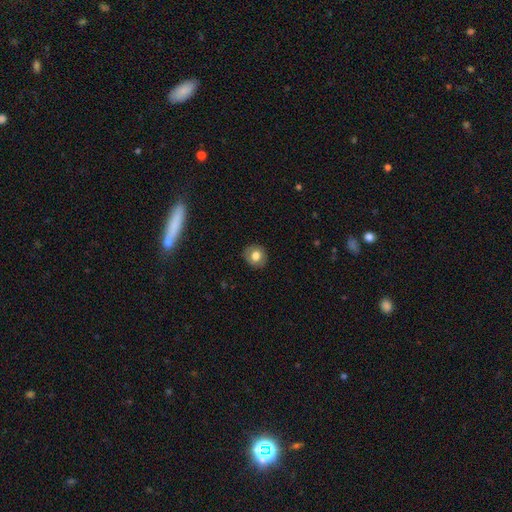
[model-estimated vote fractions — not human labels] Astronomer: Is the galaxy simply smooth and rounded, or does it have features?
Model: smooth — 74%.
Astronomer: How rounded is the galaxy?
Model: round — 79%.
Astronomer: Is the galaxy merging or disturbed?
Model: none — 87%.